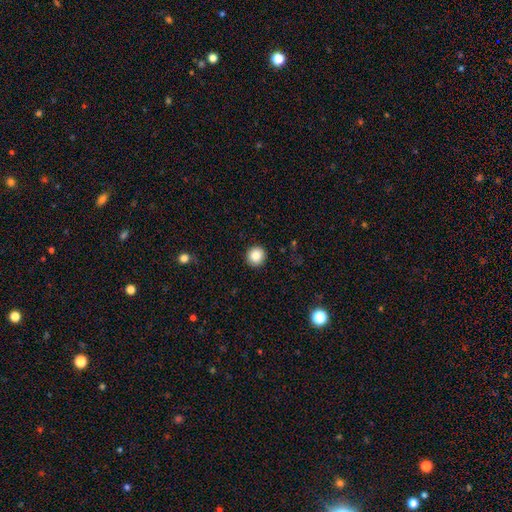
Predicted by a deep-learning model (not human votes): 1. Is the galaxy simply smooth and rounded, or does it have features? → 87% smooth, 9% star or artifact, 4% featured or disk.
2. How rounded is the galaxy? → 92% round, 8% in between, 1% cigar-shaped.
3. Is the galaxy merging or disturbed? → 91% none, 6% minor disturbance, 2% major disturbance, 1% merger.